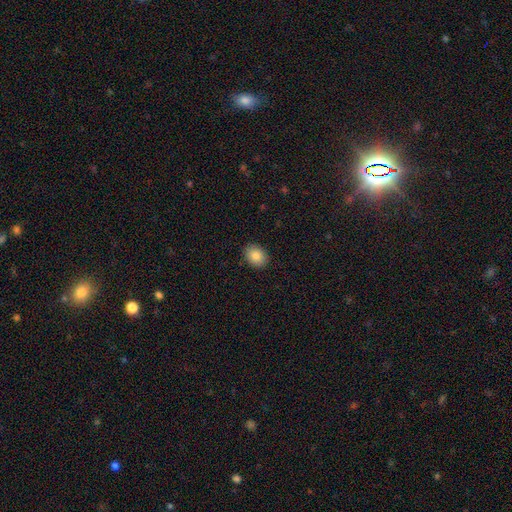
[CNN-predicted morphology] A smooth galaxy with no disk features (85%) that is in between round and cigar-shaped (63%). Merging: none (89%).